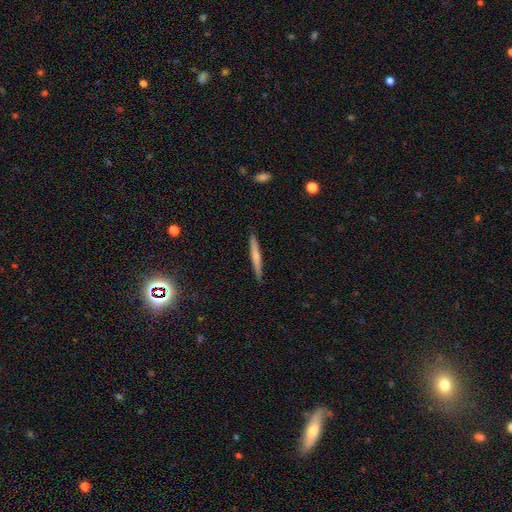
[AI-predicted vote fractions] smooth_or_featured: smooth (p=0.56) [alt: featured or disk p=0.37]
how_rounded: cigar-shaped (p=0.96) [alt: in between p=0.03]
merging: none (p=0.90) [alt: minor disturbance p=0.07]